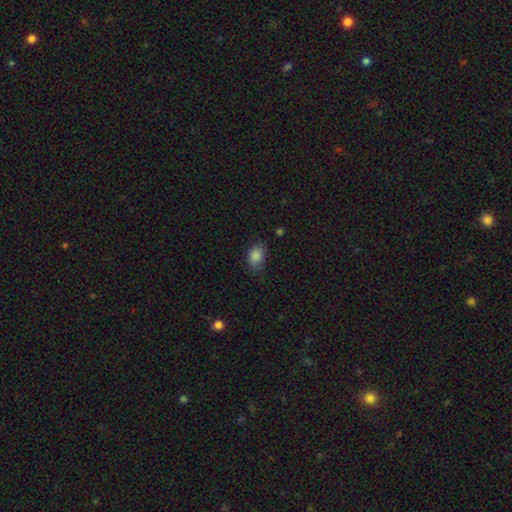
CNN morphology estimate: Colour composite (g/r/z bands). It shows a smooth galaxy with no disk features (85%) that is in between round and cigar-shaped (76%). Merging: none (70%).